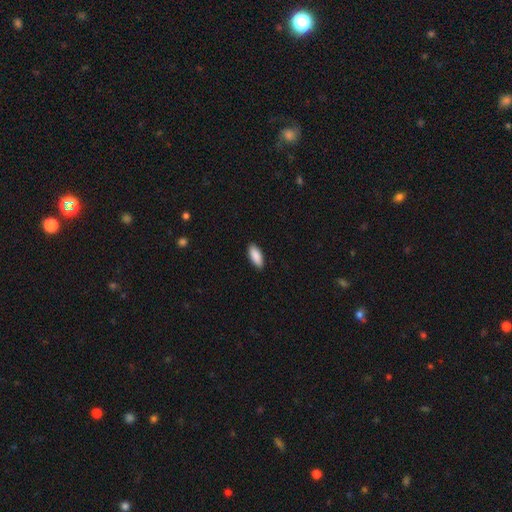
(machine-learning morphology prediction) Smooth or featured?
  - smooth: 90% *
  - star or artifact: 6%
  - featured or disk: 4%
How rounded?
  - in between: 86% *
  - cigar-shaped: 12%
  - round: 2%
Merging?
  - none: 90% *
  - minor disturbance: 8%
  - major disturbance: 2%
  - merger: 1%